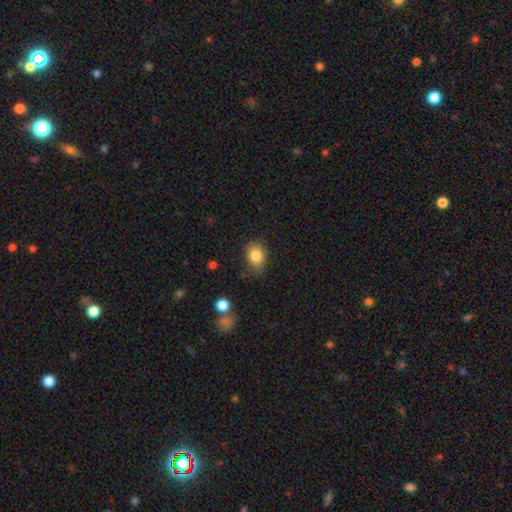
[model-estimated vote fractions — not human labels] Smooth or featured? smooth (83%)
How rounded? in between (64%)
Merging? none (72%)